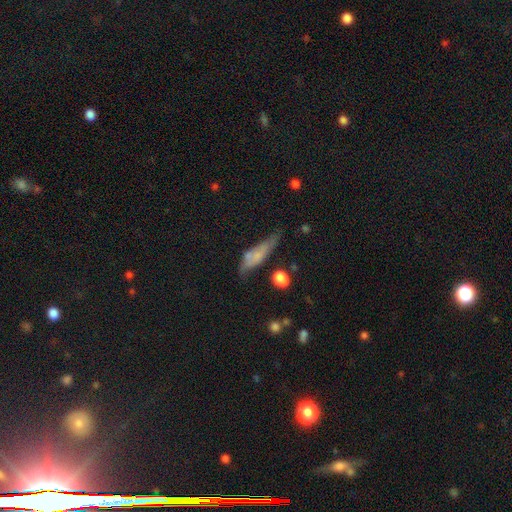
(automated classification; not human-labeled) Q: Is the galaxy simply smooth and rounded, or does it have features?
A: smooth — 58%.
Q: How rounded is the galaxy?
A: cigar-shaped — 57%.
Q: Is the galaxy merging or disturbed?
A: none — 42%.